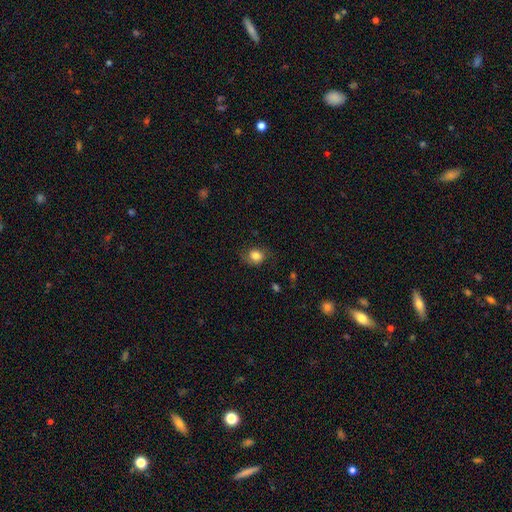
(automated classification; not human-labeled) smooth_or_featured: smooth (p=0.79) [alt: featured or disk p=0.12]
how_rounded: round (p=0.57) [alt: in between p=0.42]
merging: none (p=0.71) [alt: minor disturbance p=0.20]